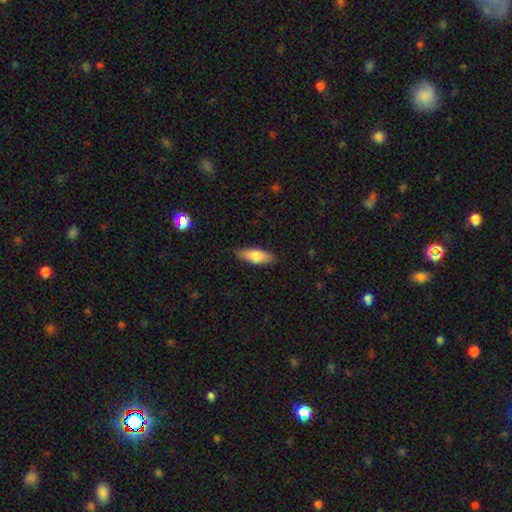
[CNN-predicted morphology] The model was most divided on "how rounded": in between: 61%, cigar-shaped: 36%, round: 2%. More confident: merging — none (87%); smooth or featured — smooth (78%).